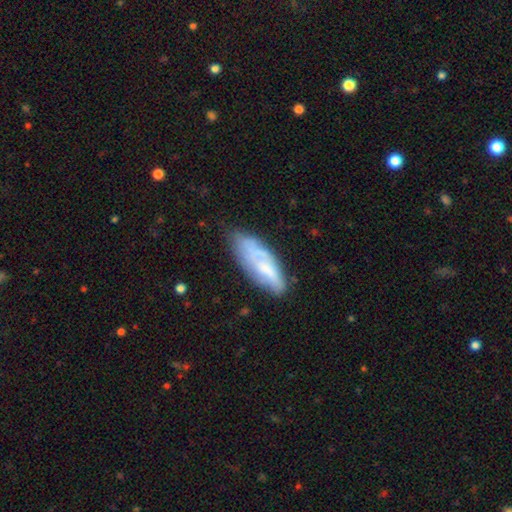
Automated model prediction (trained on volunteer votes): smooth-or-featured: smooth: 52% | featured or disk: 40% | star or artifact: 8%
  how-rounded: in between: 63% | cigar-shaped: 36% | round: 2%
  merging: none: 56% | minor disturbance: 30% | major disturbance: 10% | merger: 4%